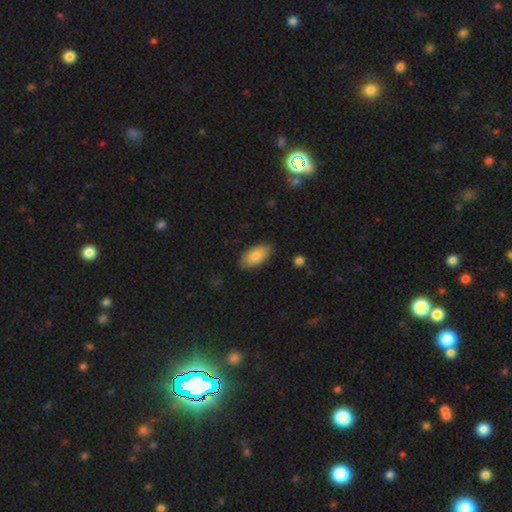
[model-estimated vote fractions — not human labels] A smooth galaxy with no disk features (83%) that is in between round and cigar-shaped (92%). Merging: none (84%).